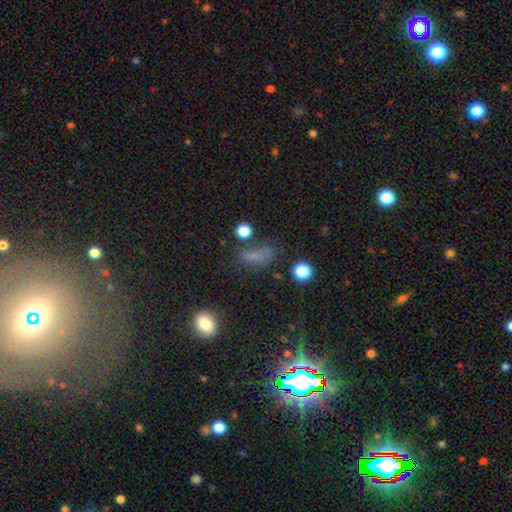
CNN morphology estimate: smooth 60%, star or artifact 27%, featured or disk 13%. Down the decision tree: how rounded — in between (64%); merging — none (56%).